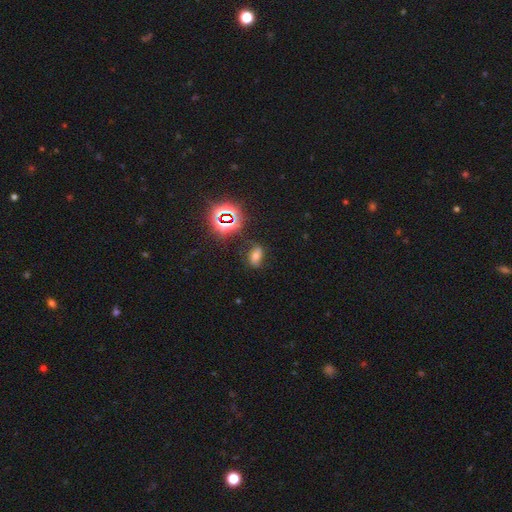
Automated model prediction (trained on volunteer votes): smooth-or-featured: smooth: 47% | star or artifact: 32% | featured or disk: 22%
  merging: none: 71% | minor disturbance: 19% | major disturbance: 7% | merger: 3%